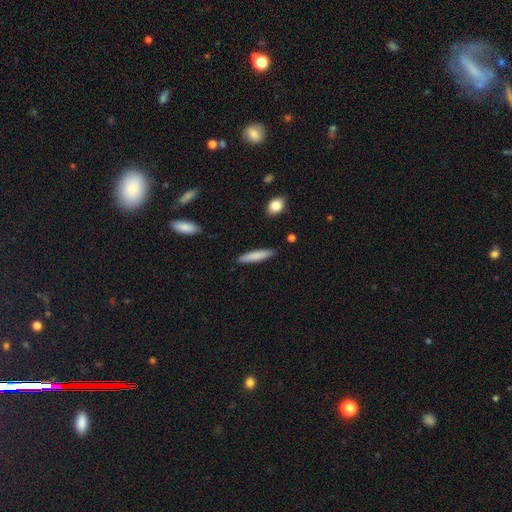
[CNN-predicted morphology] Smooth or featured? Predicted: smooth (p=0.82). How rounded? Predicted: cigar-shaped (p=0.84). Merging? Predicted: none (p=0.87).